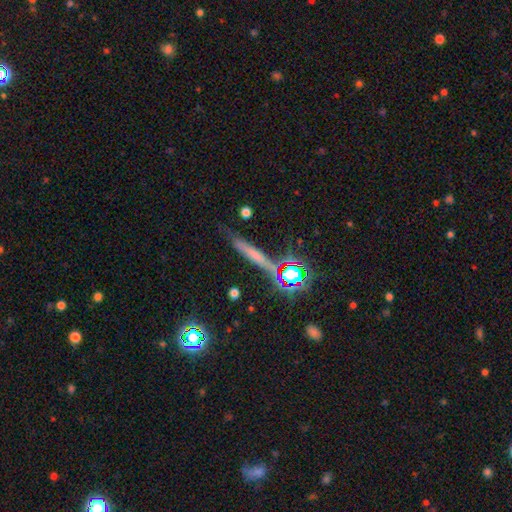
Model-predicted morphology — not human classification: featured or disk 36%, star or artifact 34%, smooth 30%. Down the decision tree: merging — none (79%).